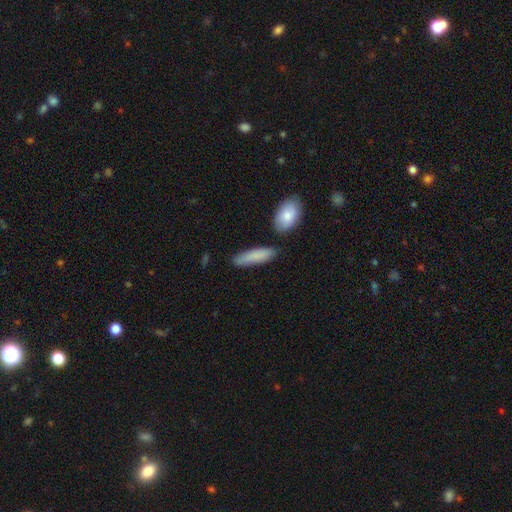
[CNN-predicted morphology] A smooth galaxy with no disk features (83%) that is cigar-shaped (63%).

Vote fractions:
- Smooth or featured? smooth: 83% / featured or disk: 11% / star or artifact: 6%
- How rounded? cigar-shaped: 63% / in between: 35% / round: 2%
- Merging? none: 77% / minor disturbance: 13% / merger: 7% / major disturbance: 3%